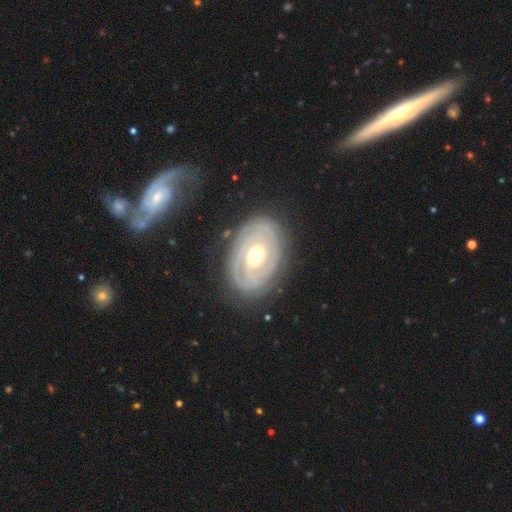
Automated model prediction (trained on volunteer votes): The model was most divided on "spiral arm count": 2: 39%, can't tell: 31%, 3: 14%, 1: 6%, 4: 6%, more than 4: 5%. More confident: edge-on disk — no (95%); spiral arms — yes (87%); smooth or featured — featured or disk (85%); spiral winding — tight (81%); merging — none (80%); bulge size — moderate (70%); bar — no (64%).